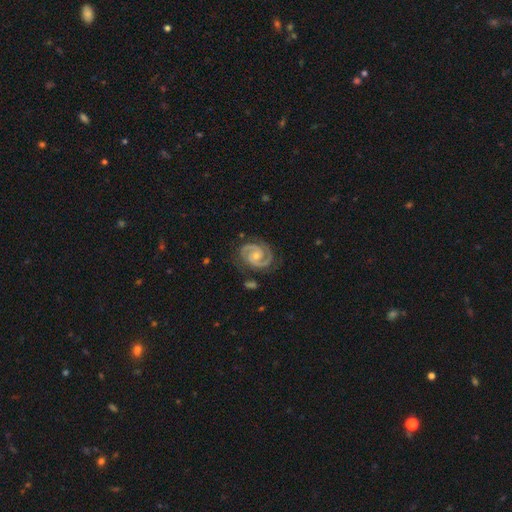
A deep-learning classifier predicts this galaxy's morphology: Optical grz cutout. It shows a featured or disk galaxy (93%) with no bar (58%), 2 (93%) tight (53%) spiral arms (99%) and a small central bulge (55%). Merging: none (80%).